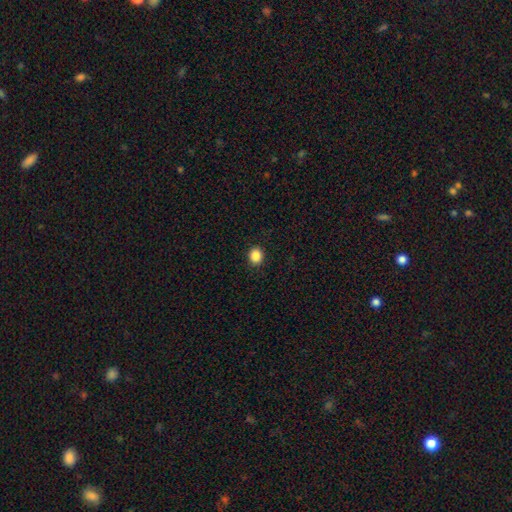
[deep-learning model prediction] Morphology: type=smooth (87%); roundness=round (73%); merging=none (91%).